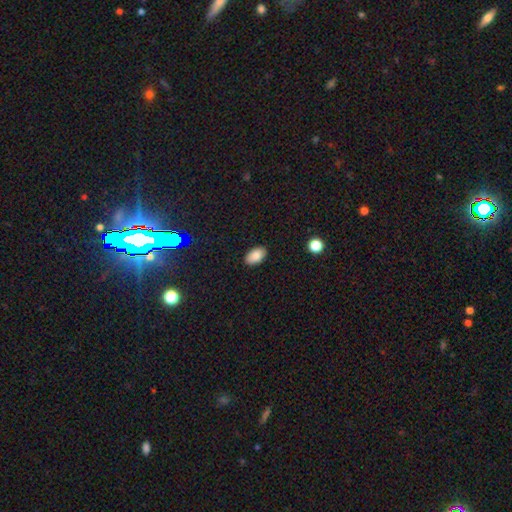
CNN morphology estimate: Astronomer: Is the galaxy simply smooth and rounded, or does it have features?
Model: smooth — 84%.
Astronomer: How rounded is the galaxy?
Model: in between — 93%.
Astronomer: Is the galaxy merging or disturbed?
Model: none — 88%.